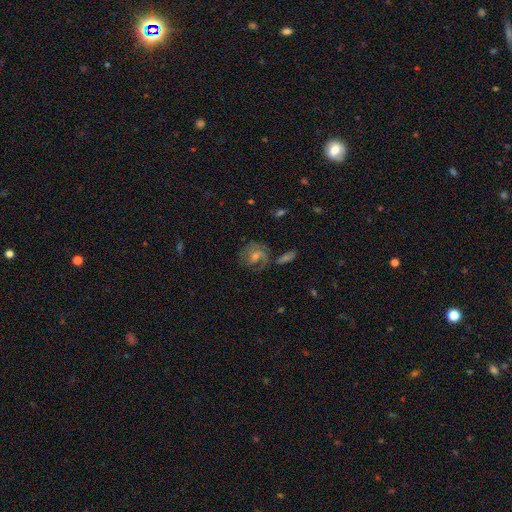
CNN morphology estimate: This appears to be a featured or disk galaxy (65%) with no bar (58%), 2 (41%) tight (49%) spiral arms (85%) and a moderate central bulge (57%). Merging: none (67%).